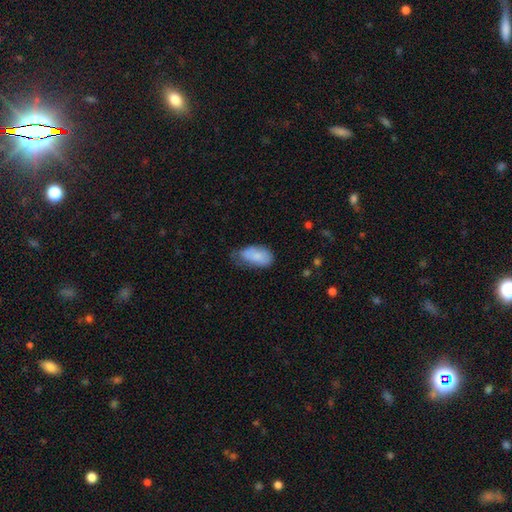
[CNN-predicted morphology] smooth-or-featured: smooth: 79% | featured or disk: 15% | star or artifact: 7%
  how-rounded: in between: 94% | round: 4% | cigar-shaped: 3%
  merging: minor disturbance: 42% | none: 39% | major disturbance: 16% | merger: 3%